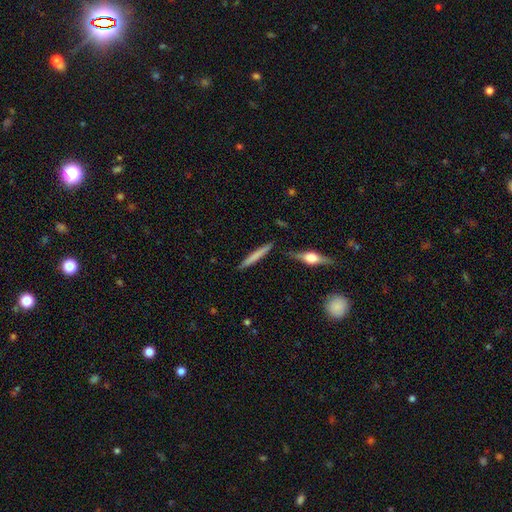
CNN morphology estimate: smooth_or_featured: smooth (p=0.61) [alt: featured or disk p=0.33]
how_rounded: cigar-shaped (p=0.95) [alt: in between p=0.04]
merging: none (p=0.86) [alt: minor disturbance p=0.09]